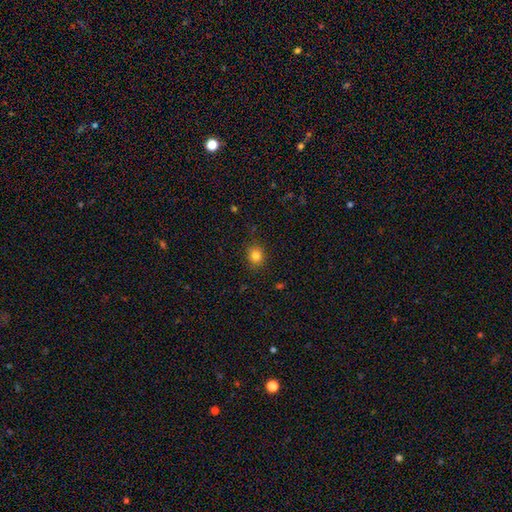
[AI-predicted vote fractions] Smooth or featured? smooth (83%)
How rounded? round (76%)
Merging? none (86%)